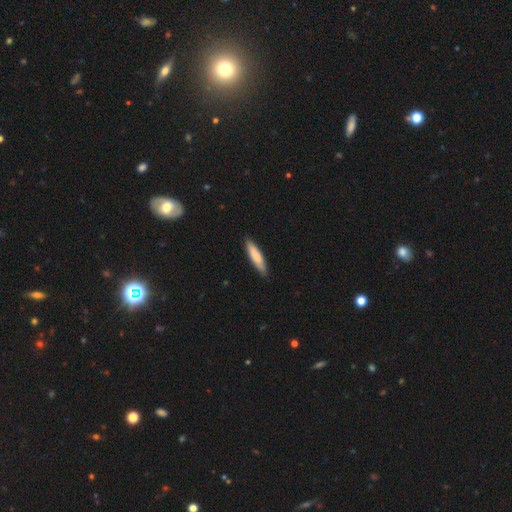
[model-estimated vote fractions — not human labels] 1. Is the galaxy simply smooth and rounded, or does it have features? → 79% smooth, 16% featured or disk, 5% star or artifact.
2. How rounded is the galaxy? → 81% cigar-shaped, 18% in between, 1% round.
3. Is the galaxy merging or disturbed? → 87% none, 10% minor disturbance, 2% major disturbance, 1% merger.